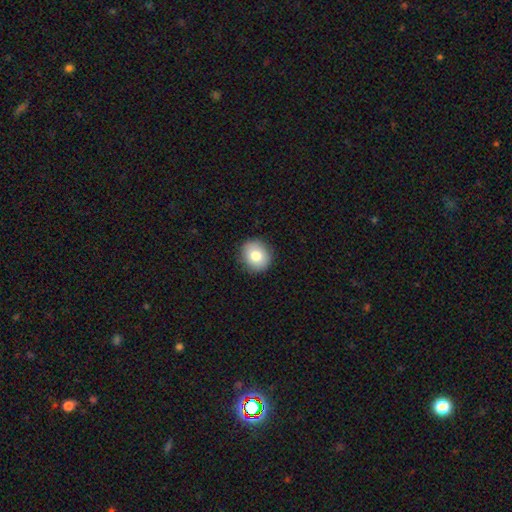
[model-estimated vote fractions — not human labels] smooth-or-featured: smooth: 80% | featured or disk: 11% | star or artifact: 9%
  how-rounded: round: 80% | in between: 19% | cigar-shaped: 1%
  merging: none: 89% | minor disturbance: 8% | major disturbance: 2% | merger: 1%